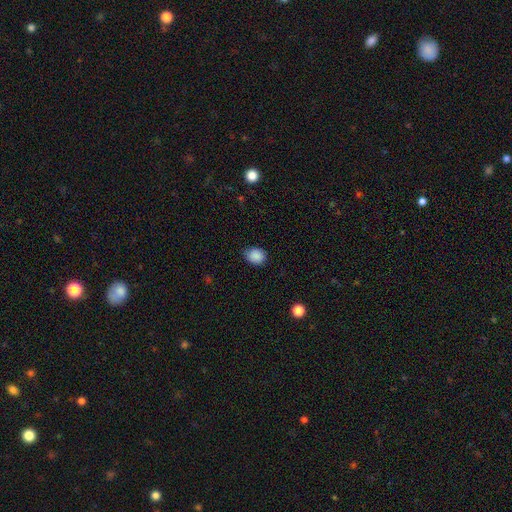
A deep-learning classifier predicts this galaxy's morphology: smooth 88%, star or artifact 9%, featured or disk 3%. Down the decision tree: how rounded — round (53%); merging — none (76%).